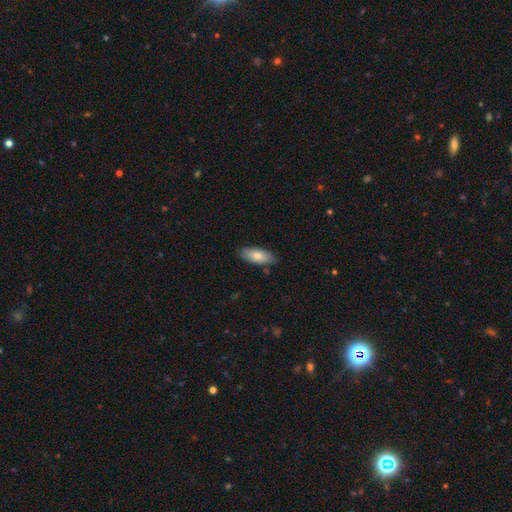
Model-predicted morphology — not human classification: Smooth or featured? smooth (79%)
How rounded? in between (84%)
Merging? none (83%)